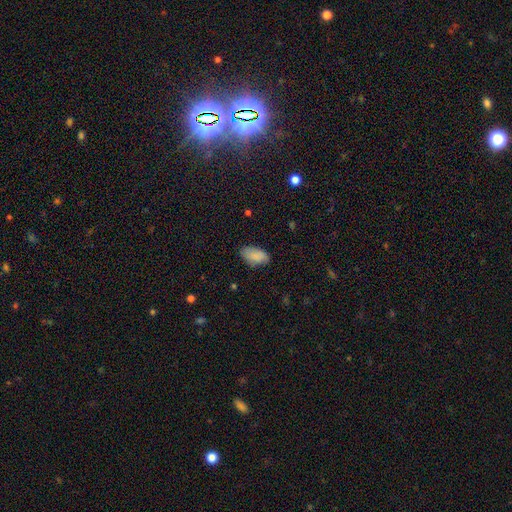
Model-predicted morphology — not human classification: This appears to be a smooth galaxy with no disk features (87%) that is in between round and cigar-shaped (94%). Merging: none (74%).